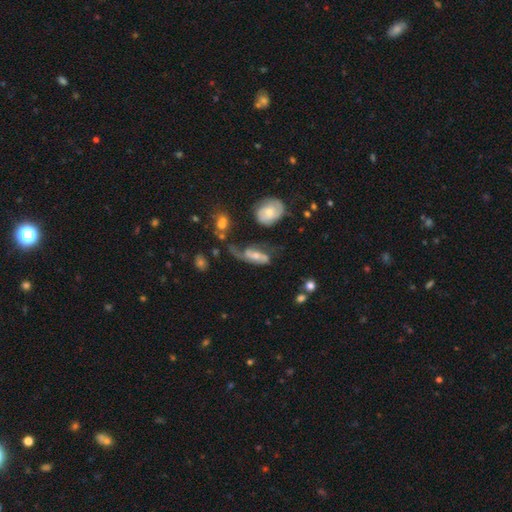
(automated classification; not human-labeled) This is likely a featured or disk galaxy (67%). It is clearly not viewed edge-on (91%). Bar: marginally no (42%). Spiral arm pattern: clearly yes (86%). Spiral arm count: likely 2 (65%). Spiral winding: possibly loose (56%). Central bulge: marginally moderate (44%). Merging: marginally major disturbance (40%).